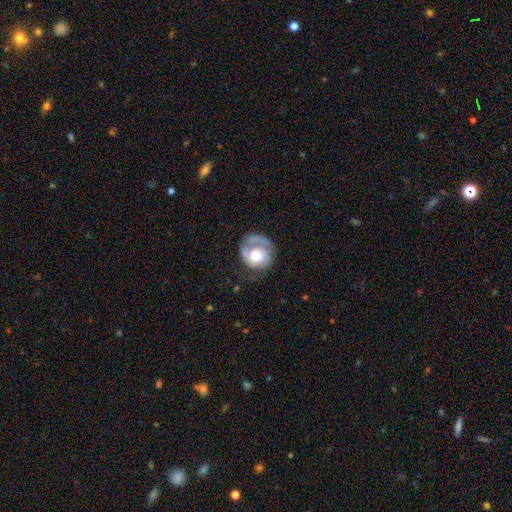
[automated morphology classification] smooth_or_featured: featured or disk (p=0.62) [alt: smooth p=0.32]
disk_edge_on: no (p=0.97) [alt: yes p=0.03]
bar: no (p=0.79) [alt: weak p=0.17]
has_spiral_arms: yes (p=0.78) [alt: no p=0.22]
bulge_size: moderate (p=0.57) [alt: large p=0.31]
merging: none (p=0.50) [alt: major disturbance p=0.24]